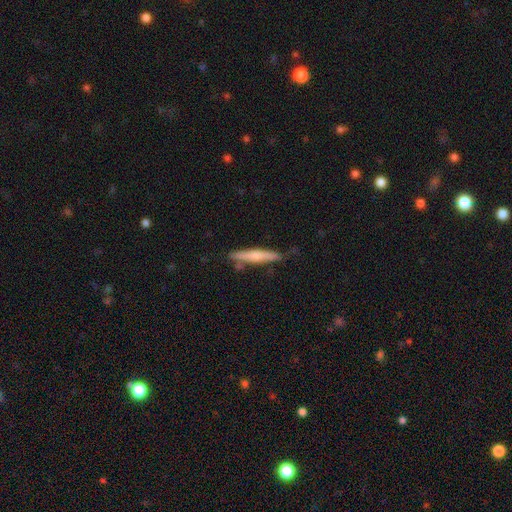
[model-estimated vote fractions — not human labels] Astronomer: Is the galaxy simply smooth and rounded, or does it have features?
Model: smooth — 54% (runner-up: featured or disk, 40%).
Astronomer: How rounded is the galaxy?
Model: cigar-shaped — 93%.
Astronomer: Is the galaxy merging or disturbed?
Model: none — 78%.